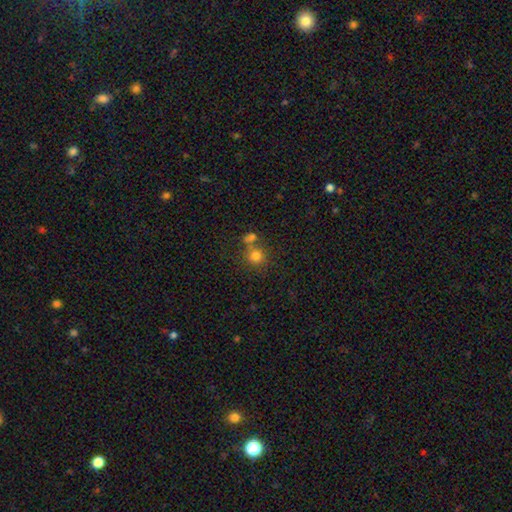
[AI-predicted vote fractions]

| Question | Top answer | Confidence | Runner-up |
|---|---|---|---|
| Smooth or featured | smooth | 77% | star or artifact (14%) |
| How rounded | round | 87% | in between (12%) |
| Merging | none | 58% | merger (28%) |